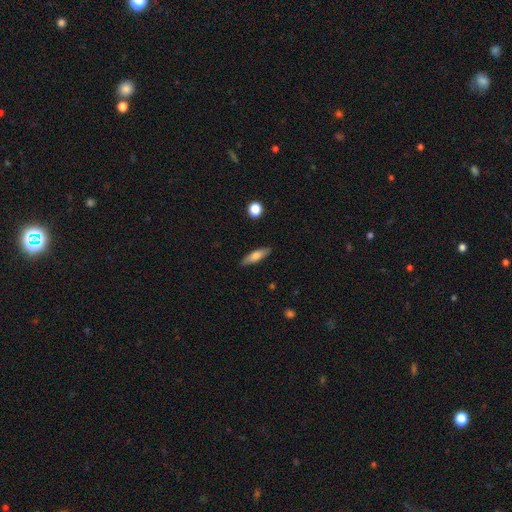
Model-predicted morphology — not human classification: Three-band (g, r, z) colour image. It shows a smooth galaxy with no disk features (71%) that is cigar-shaped (60%). Merging: none (87%).